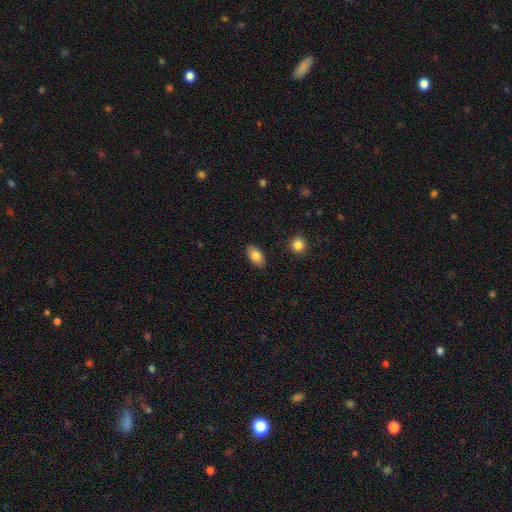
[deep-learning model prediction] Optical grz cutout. It shows a smooth galaxy with no disk features (83%) that is in between round and cigar-shaped (93%). Merging: none (88%).